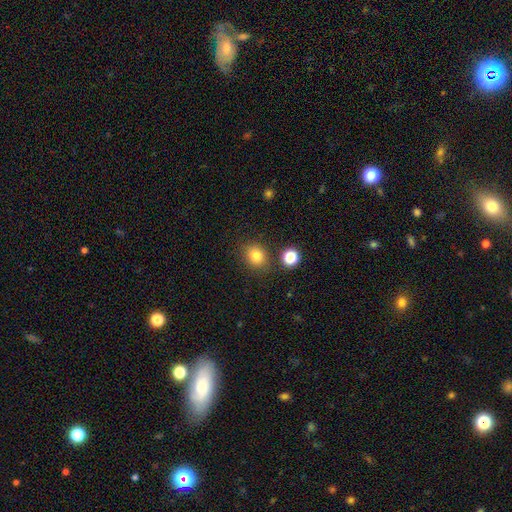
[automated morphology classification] smooth_or_featured: smooth (p=0.81) [alt: star or artifact p=0.12]
how_rounded: round (p=0.73) [alt: in between p=0.26]
merging: none (p=0.81) [alt: minor disturbance p=0.10]